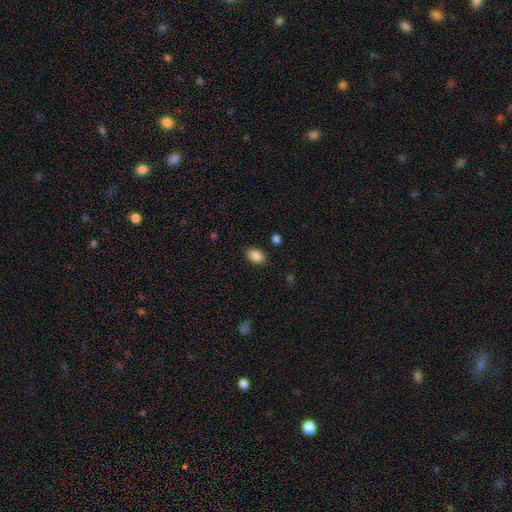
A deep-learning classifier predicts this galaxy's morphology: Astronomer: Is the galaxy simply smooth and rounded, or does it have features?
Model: smooth — 88%.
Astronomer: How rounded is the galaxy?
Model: in between — 83%.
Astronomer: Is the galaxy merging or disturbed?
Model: none — 86%.